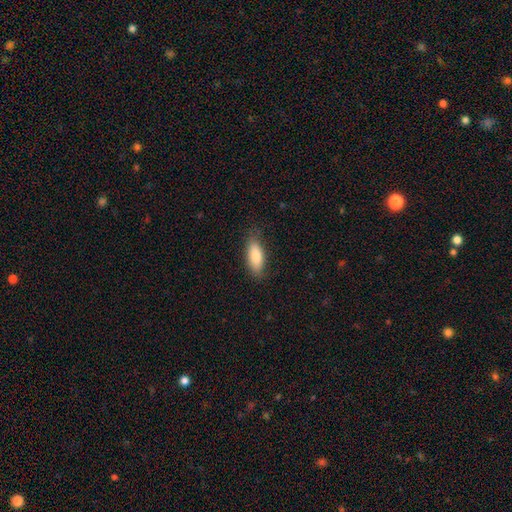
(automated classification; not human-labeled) Smooth or featured? Predicted: smooth (p=0.83). How rounded? Predicted: in between (p=0.71). Merging? Predicted: none (p=0.82).